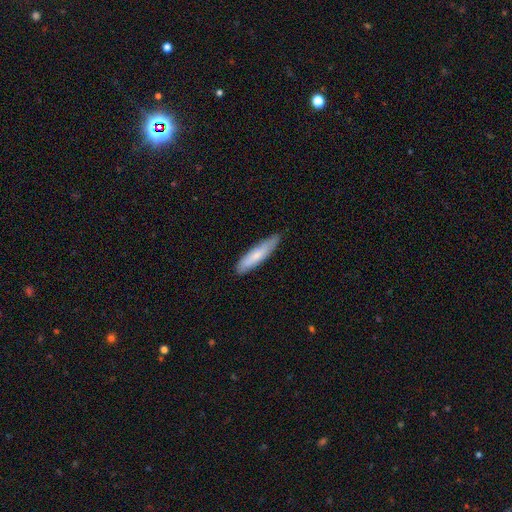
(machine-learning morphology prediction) type=smooth (72%); roundness=cigar-shaped (81%); merging=none (81%).